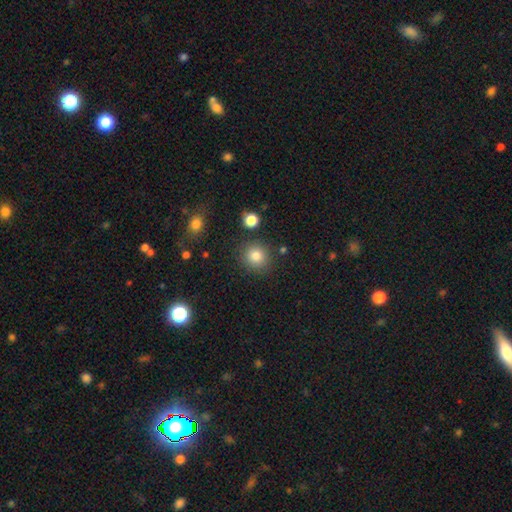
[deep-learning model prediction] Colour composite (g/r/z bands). It shows a smooth galaxy with no disk features (83%) that is round (87%). Merging: none (85%).